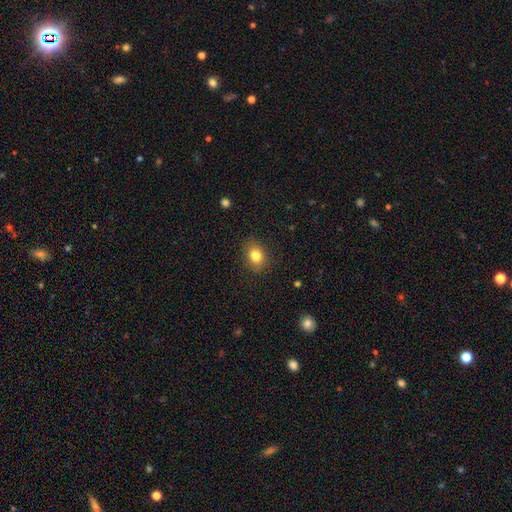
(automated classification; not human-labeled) The model was most divided on "how rounded": in between: 59%, round: 40%, cigar-shaped: 1%. More confident: merging — none (85%); smooth or featured — smooth (83%).